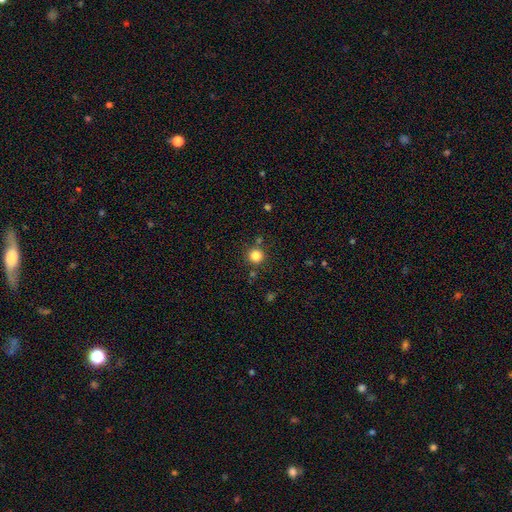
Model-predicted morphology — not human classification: A smooth galaxy with no disk features (83%) that is round (94%). Merging: none (84%).